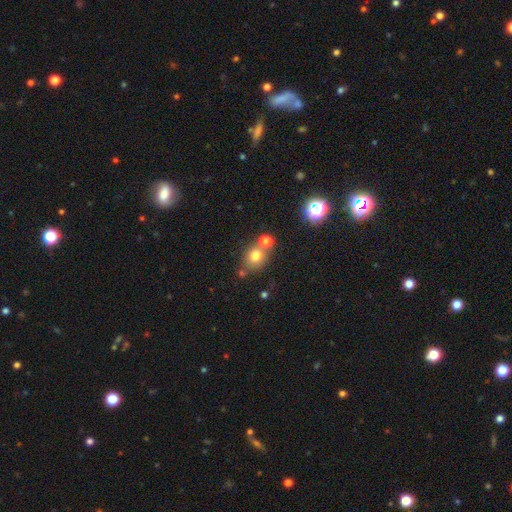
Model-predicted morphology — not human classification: smooth-or-featured: smooth: 74% | star or artifact: 14% | featured or disk: 12%
  how-rounded: round: 65% | in between: 34% | cigar-shaped: 1%
  merging: none: 54% | merger: 33% | minor disturbance: 10% | major disturbance: 4%